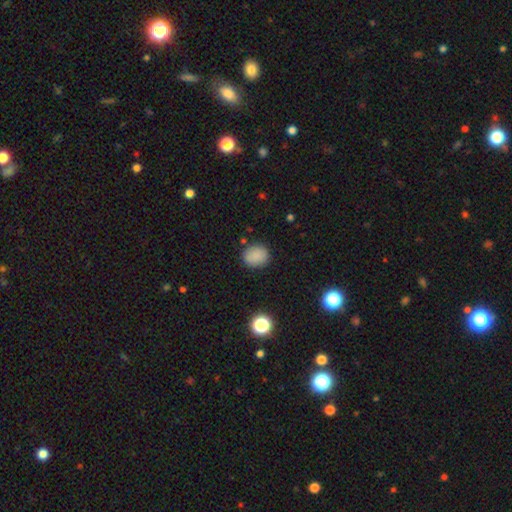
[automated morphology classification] Q: Smooth or featured?
A: smooth (85%); runner-up: star or artifact (11%)
Q: How rounded?
A: round (65%); runner-up: in between (34%)
Q: Merging?
A: none (85%); runner-up: minor disturbance (11%)